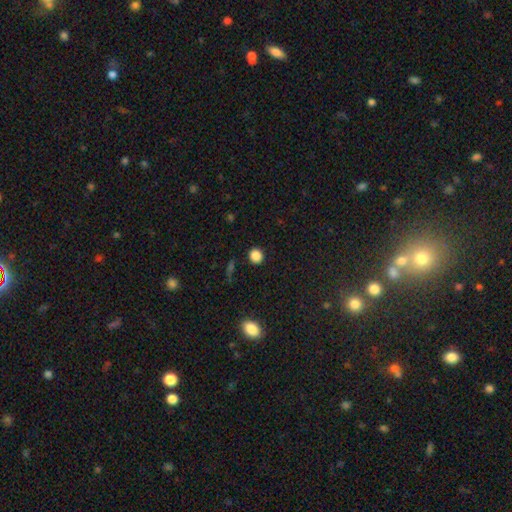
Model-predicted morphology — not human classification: The model was most divided on "how rounded": round: 87%, in between: 12%, cigar-shaped: 1%. More confident: merging — none (91%); smooth or featured — smooth (86%).